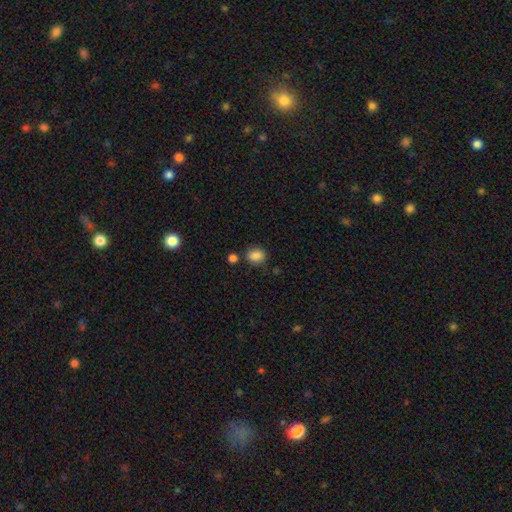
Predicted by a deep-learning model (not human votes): A smooth galaxy with no disk features (85%) that is round (55%).

Vote fractions:
- Smooth or featured? smooth: 85% / star or artifact: 10% / featured or disk: 5%
- How rounded? round: 55% / in between: 44% / cigar-shaped: 1%
- Merging? none: 76% / minor disturbance: 13% / merger: 8% / major disturbance: 4%